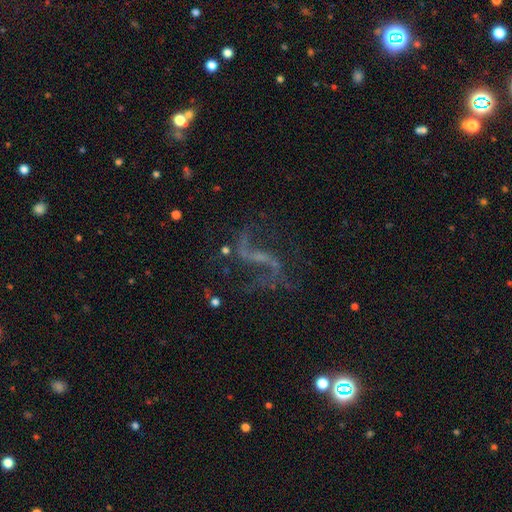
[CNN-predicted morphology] Q: Smooth or featured?
A: featured or disk (78%); runner-up: star or artifact (15%)
Q: Edge-on disk?
A: no (95%); runner-up: yes (5%)
Q: Bar?
A: weak (38%); runner-up: strong (34%)
Q: Spiral arms?
A: yes (88%); runner-up: no (12%)
Q: Spiral winding?
A: loose (83%); runner-up: medium (13%)
Q: Spiral arm count?
A: 2 (86%); runner-up: can't tell (4%)
Q: Bulge size?
A: none (53%); runner-up: small (37%)
Q: Merging?
A: none (61%); runner-up: major disturbance (20%)